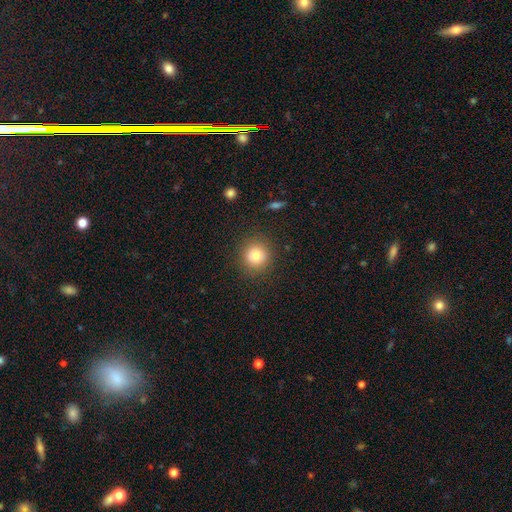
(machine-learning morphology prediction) This is likely a smooth galaxy (80%). How rounded: clearly round (92%). Merging: clearly none (89%).